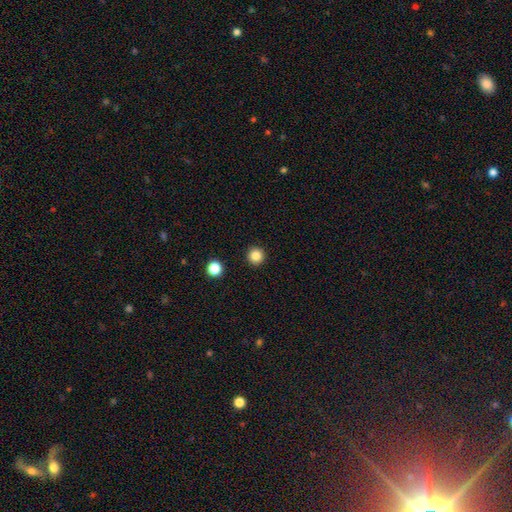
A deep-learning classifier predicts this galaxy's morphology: Smooth or featured: smooth — 84% (star or artifact — 12%)
How rounded: round — 96% (in between — 3%)
Merging: none — 93% (minor disturbance — 4%)